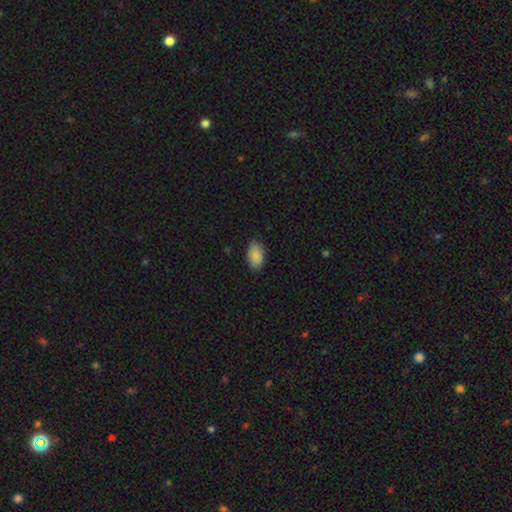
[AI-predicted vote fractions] smooth 88%, star or artifact 7%, featured or disk 5%. Down the decision tree: how rounded — in between (93%); merging — none (84%).